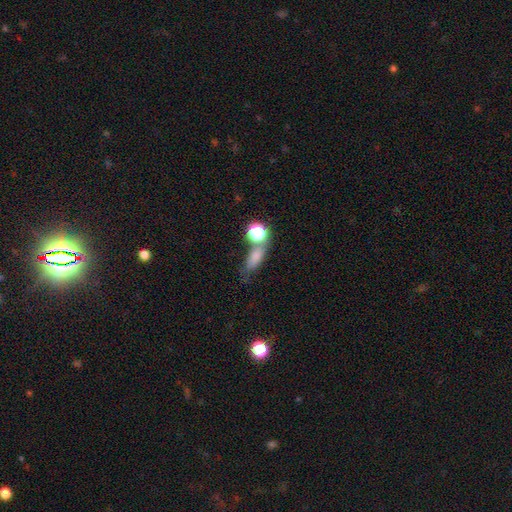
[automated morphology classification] type=smooth (73%); roundness=in between (53%); merging=none (48%).